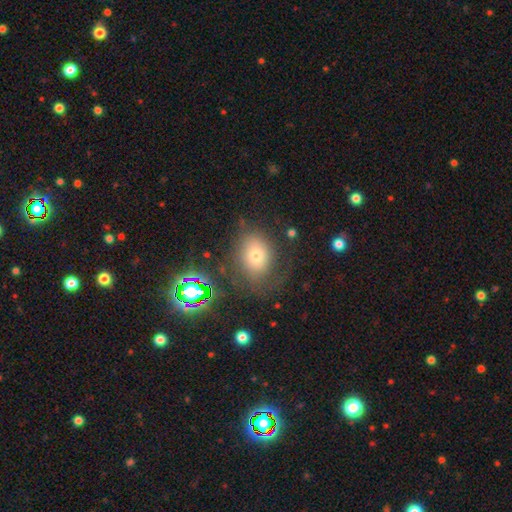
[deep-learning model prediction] A smooth galaxy with no disk features (61%) that is in between round and cigar-shaped (61%). Merging: none (58%).